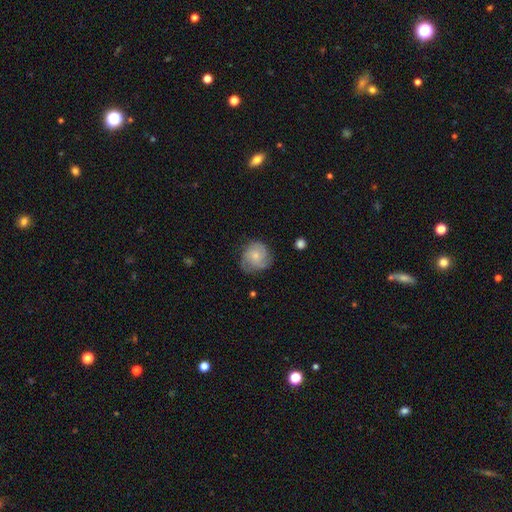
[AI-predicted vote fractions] featured or disk 52%, smooth 41%, star or artifact 7%. Down the decision tree: edge-on disk — no (98%); bar — no (79%); spiral arms — yes (89%); bulge size — small (56%); merging — none (70%).